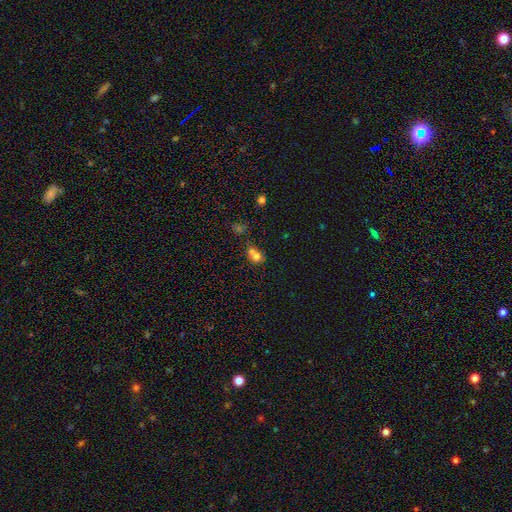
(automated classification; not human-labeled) This is likely a smooth galaxy (71%). How rounded: likely round (66%). Merging: possibly merger (55%).